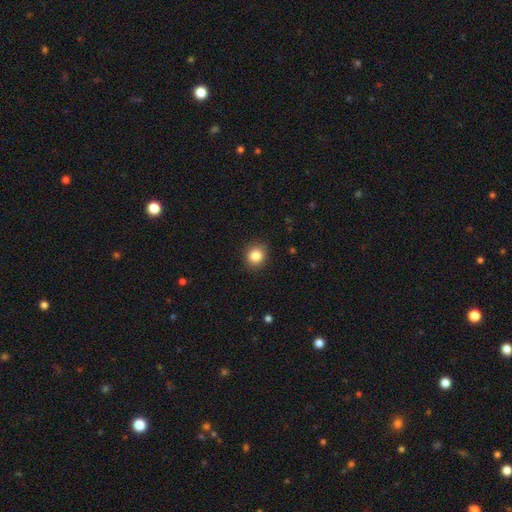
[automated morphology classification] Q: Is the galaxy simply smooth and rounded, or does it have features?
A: smooth — 85%.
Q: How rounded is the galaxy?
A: round — 82%.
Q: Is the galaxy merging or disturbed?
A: none — 89%.